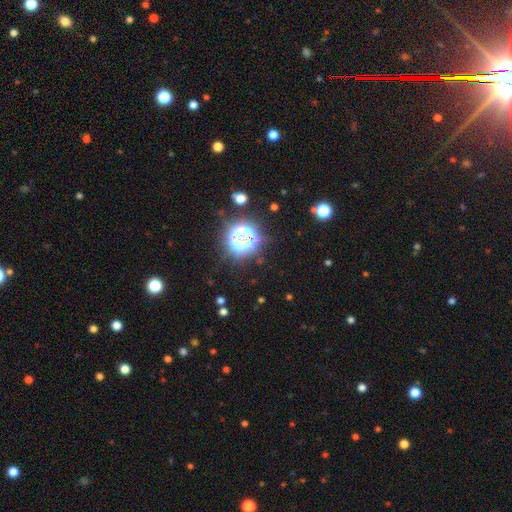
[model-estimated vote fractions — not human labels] Smooth or featured? Predicted: star or artifact (p=0.81).